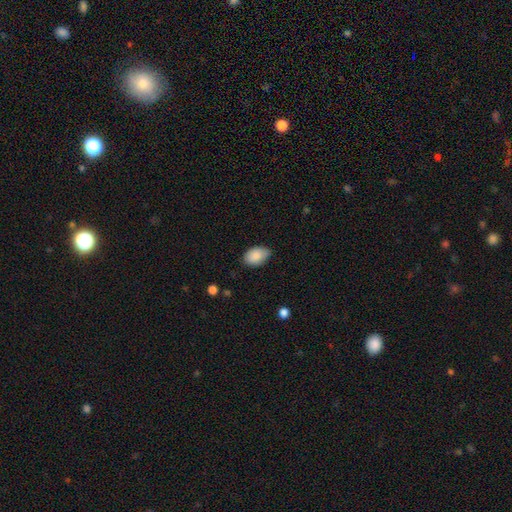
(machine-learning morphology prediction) Q: Smooth or featured?
A: smooth (88%); runner-up: star or artifact (7%)
Q: How rounded?
A: in between (89%); runner-up: round (10%)
Q: Merging?
A: none (72%); runner-up: minor disturbance (23%)